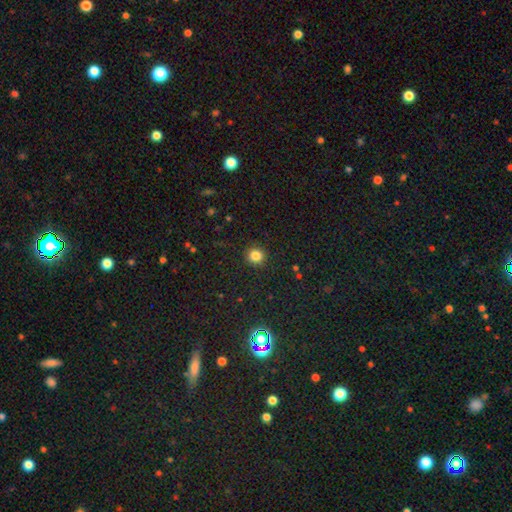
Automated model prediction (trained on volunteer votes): The model was most divided on "smooth or featured": smooth: 83%, star or artifact: 12%, featured or disk: 5%. More confident: how rounded — round (93%); merging — none (92%).